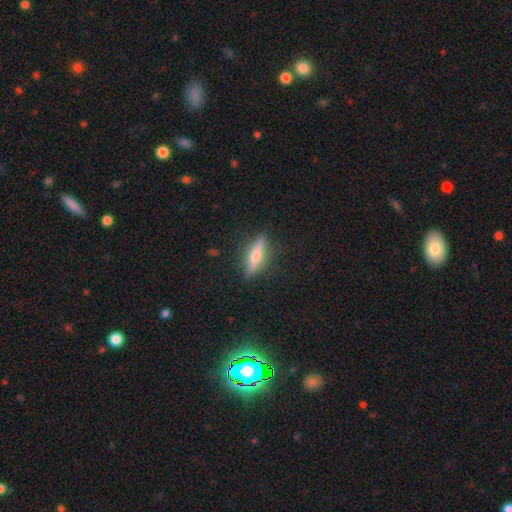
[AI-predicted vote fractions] Smooth or featured? Predicted: featured or disk (p=0.67). Edge-on disk? Predicted: yes (p=0.96). Edge-on bulge? Predicted: rounded (p=0.90). Merging? Predicted: none (p=0.88).